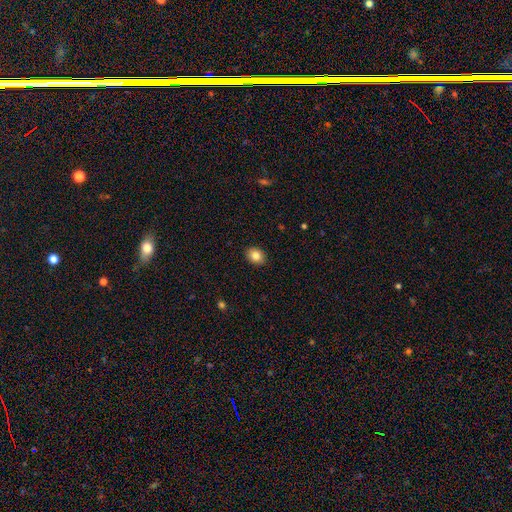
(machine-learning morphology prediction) A smooth galaxy with no disk features (83%) that is in between round and cigar-shaped (53%).

Vote fractions:
- Smooth or featured? smooth: 83% / star or artifact: 9% / featured or disk: 8%
- How rounded? in between: 53% / round: 47% / cigar-shaped: 1%
- Merging? none: 91% / minor disturbance: 7% / major disturbance: 2% / merger: 1%